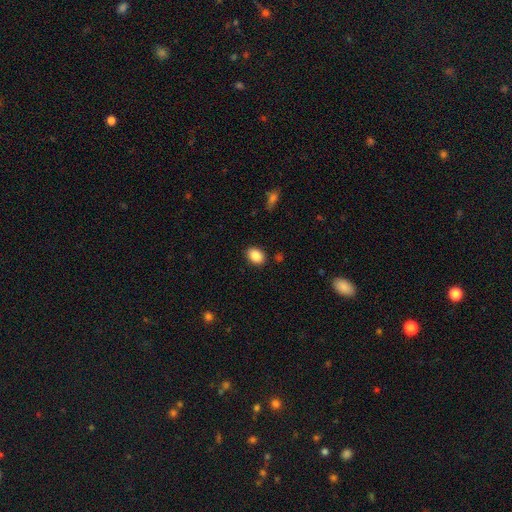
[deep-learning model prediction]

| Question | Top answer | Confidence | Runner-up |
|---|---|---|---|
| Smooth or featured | smooth | 88% | star or artifact (8%) |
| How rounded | in between | 75% | round (24%) |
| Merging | none | 88% | minor disturbance (8%) |